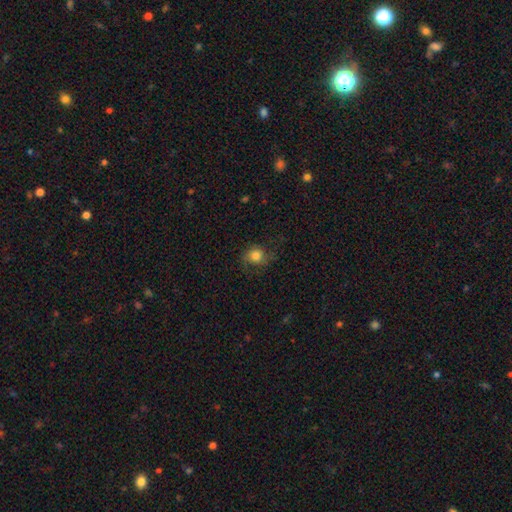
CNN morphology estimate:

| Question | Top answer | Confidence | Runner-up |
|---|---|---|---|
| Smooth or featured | smooth | 75% | featured or disk (15%) |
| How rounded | round | 75% | in between (24%) |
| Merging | none | 62% | minor disturbance (22%) |